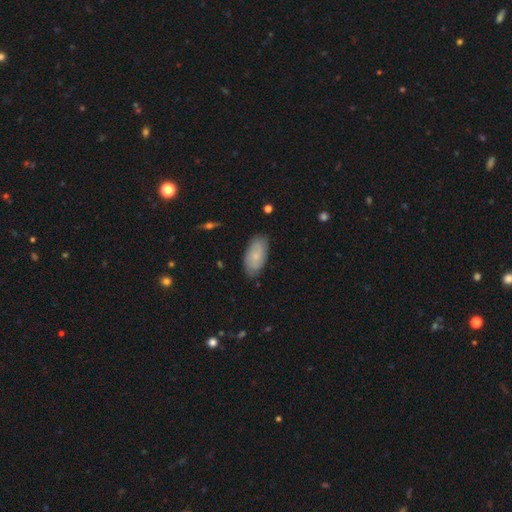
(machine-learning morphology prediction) smooth 67%, featured or disk 26%, star or artifact 7%. Down the decision tree: how rounded — in between (93%); merging — none (80%).